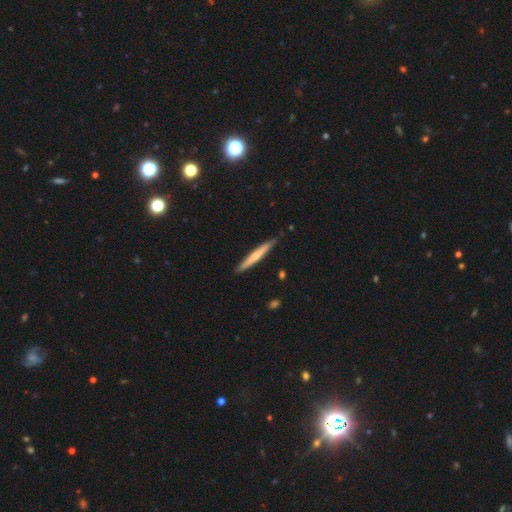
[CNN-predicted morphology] Q: Smooth or featured?
A: smooth (52%); runner-up: featured or disk (43%)
Q: How rounded?
A: cigar-shaped (96%); runner-up: in between (3%)
Q: Merging?
A: none (87%); runner-up: minor disturbance (10%)